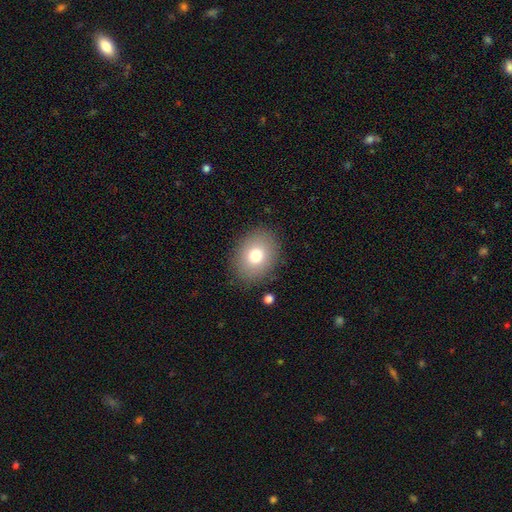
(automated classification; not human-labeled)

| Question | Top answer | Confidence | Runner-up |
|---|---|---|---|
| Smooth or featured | smooth | 76% | featured or disk (14%) |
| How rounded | in between | 55% | round (44%) |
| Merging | none | 86% | minor disturbance (9%) |